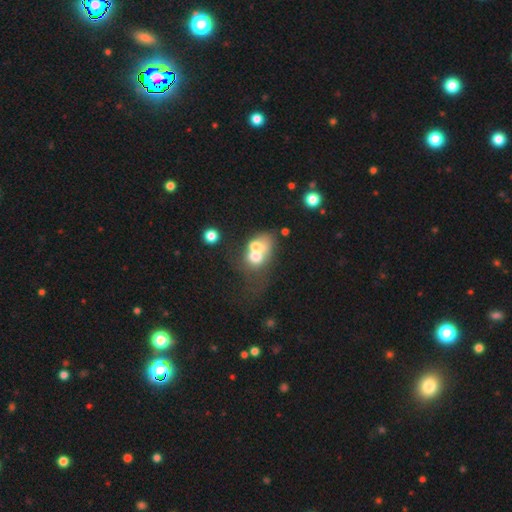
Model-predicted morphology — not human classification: A smooth galaxy with no disk features (57%) that is in between round and cigar-shaped (60%). Merging: merger (67%).